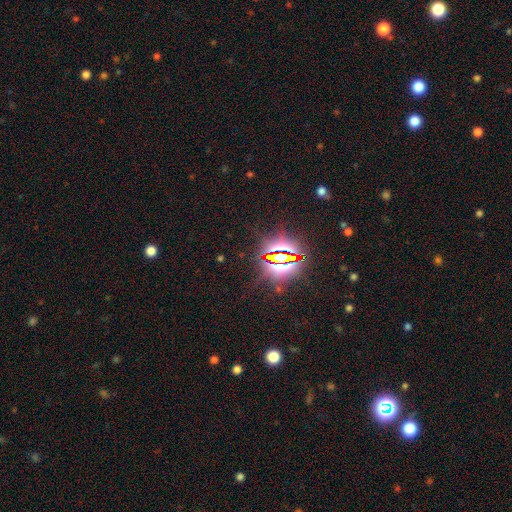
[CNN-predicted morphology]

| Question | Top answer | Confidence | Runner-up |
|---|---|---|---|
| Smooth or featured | star or artifact | 84% | smooth (9%) |